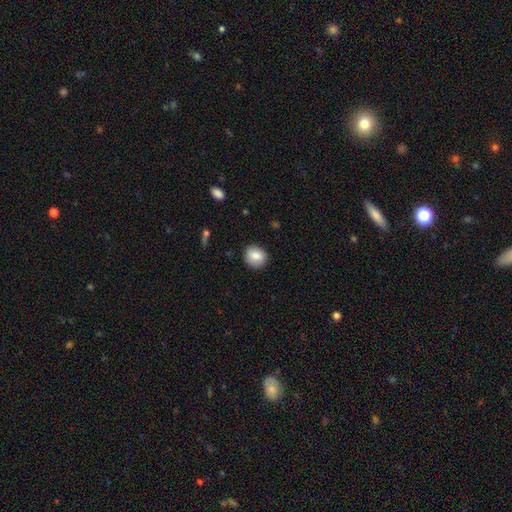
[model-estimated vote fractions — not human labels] smooth_or_featured: smooth (p=0.83) [alt: featured or disk p=0.09]
how_rounded: round (p=0.77) [alt: in between p=0.22]
merging: none (p=0.87) [alt: minor disturbance p=0.09]